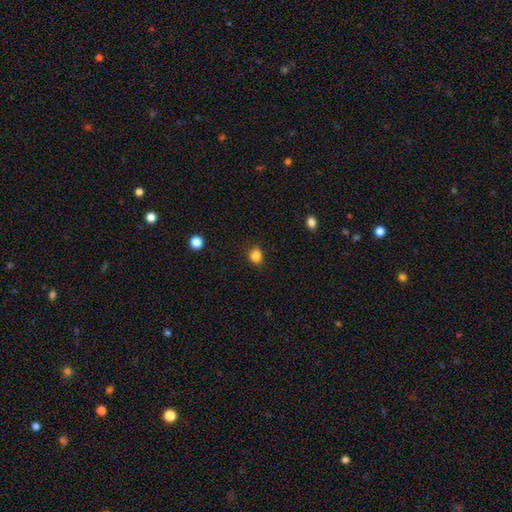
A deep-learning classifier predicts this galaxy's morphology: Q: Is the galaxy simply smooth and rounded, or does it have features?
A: smooth — 84%.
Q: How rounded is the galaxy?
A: in between — 51%.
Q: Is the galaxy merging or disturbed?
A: none — 74%.